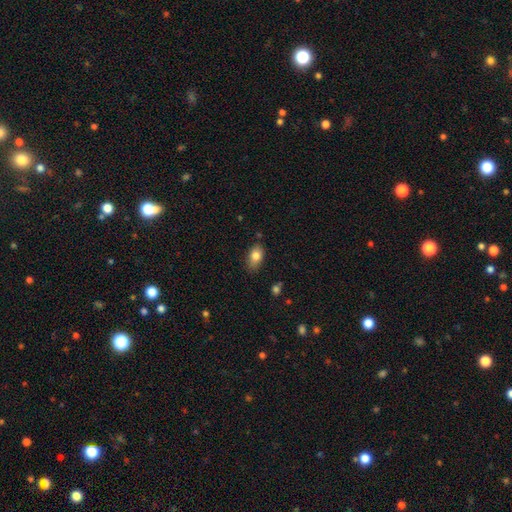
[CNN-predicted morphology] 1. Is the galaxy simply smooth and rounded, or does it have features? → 82% smooth, 10% featured or disk, 8% star or artifact.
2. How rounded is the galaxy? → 87% in between, 11% round, 2% cigar-shaped.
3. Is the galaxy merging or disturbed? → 76% none, 18% minor disturbance, 3% major disturbance, 2% merger.